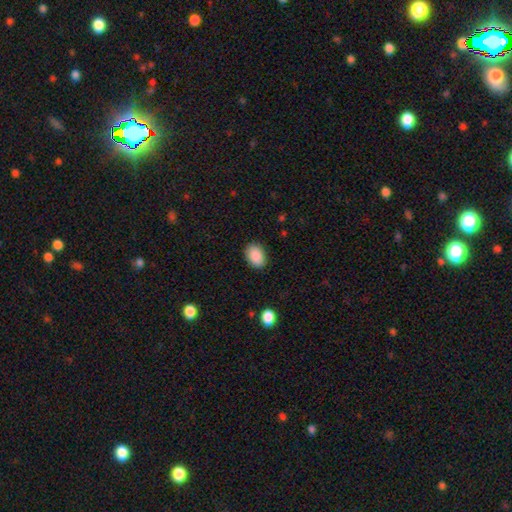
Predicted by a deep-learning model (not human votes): A smooth galaxy with no disk features (90%) that is in between round and cigar-shaped (84%). Merging: none (86%).